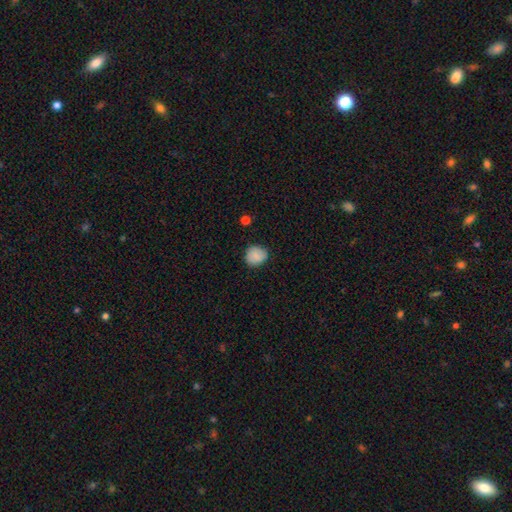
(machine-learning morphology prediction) This is clearly a smooth galaxy (87%). How rounded: likely round (79%). Merging: clearly none (82%).